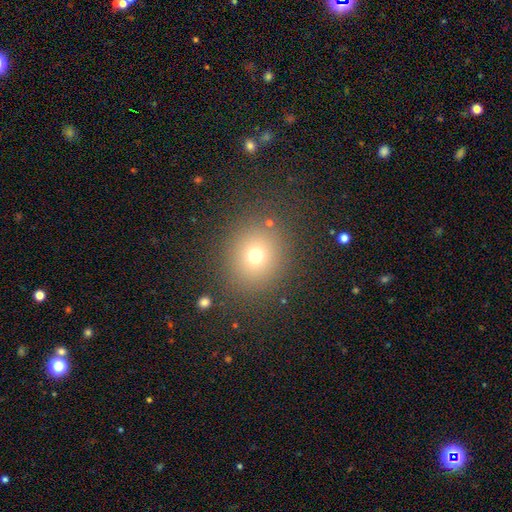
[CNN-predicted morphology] Overall: smooth (71%). How rounded: round (84%). Merging: none (86%).